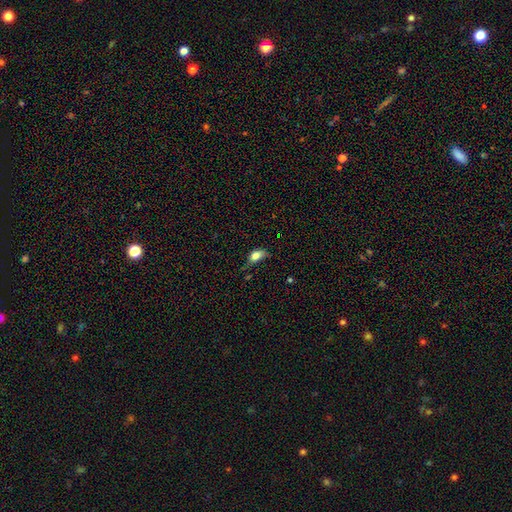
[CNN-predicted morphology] Smooth or featured? Predicted: smooth (p=0.79). How rounded? Predicted: in between (p=0.84). Merging? Predicted: minor disturbance (p=0.39, tied with none).